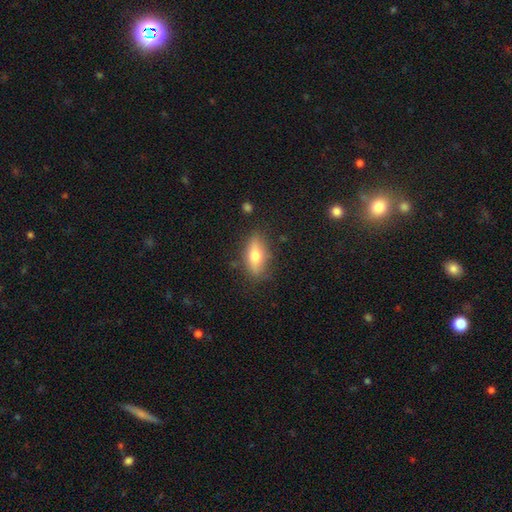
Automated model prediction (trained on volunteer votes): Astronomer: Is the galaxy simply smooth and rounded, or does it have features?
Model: smooth — 63%.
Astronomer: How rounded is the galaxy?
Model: in between — 75%.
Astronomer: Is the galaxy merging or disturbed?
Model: none — 80%.